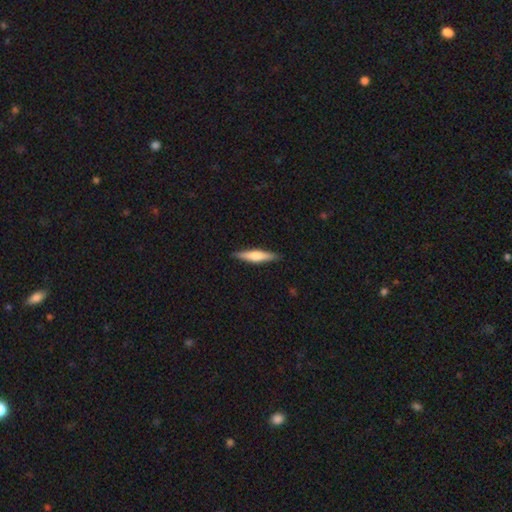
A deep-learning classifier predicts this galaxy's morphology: A smooth galaxy with no disk features (54%) that is cigar-shaped (84%). Merging: none (90%).